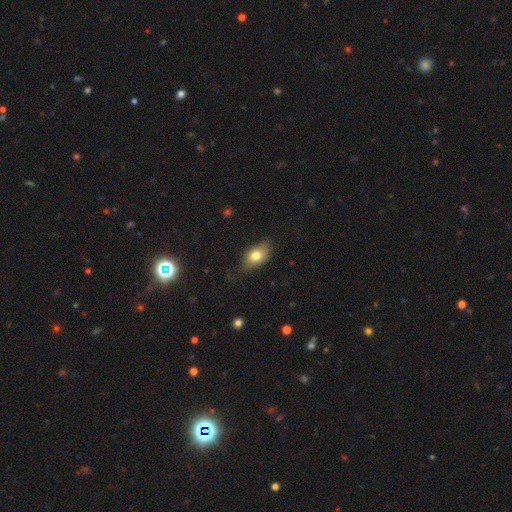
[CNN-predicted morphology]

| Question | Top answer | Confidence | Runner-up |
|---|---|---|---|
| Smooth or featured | smooth | 74% | featured or disk (18%) |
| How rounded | in between | 86% | round (11%) |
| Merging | none | 63% | minor disturbance (28%) |